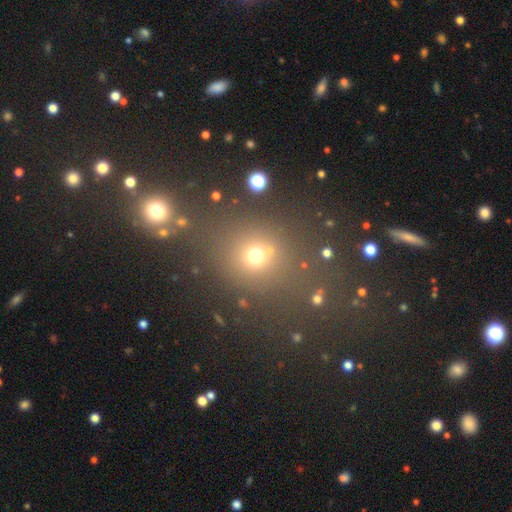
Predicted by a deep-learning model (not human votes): Morphology: type=smooth (67%); roundness=round (79%); merging=none (70%).